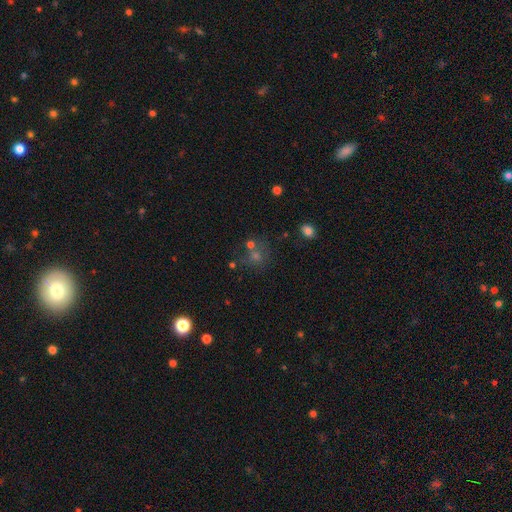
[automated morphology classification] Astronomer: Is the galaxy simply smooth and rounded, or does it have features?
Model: smooth — 47% (runner-up: star or artifact, 38%).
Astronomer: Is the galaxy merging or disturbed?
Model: none — 58%.